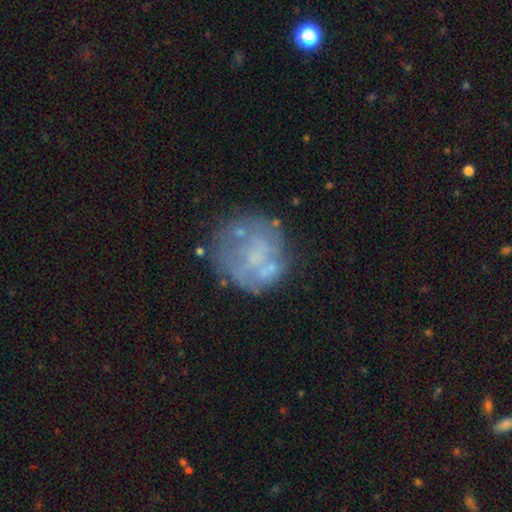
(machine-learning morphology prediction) Smooth or featured? Predicted: featured or disk (p=0.55). Edge-on disk? Predicted: no (p=0.98). Bar? Predicted: no (p=0.84). Spiral arms? Predicted: no (p=0.81). Bulge size? Predicted: none (p=0.62). Merging? Predicted: none (p=0.60).